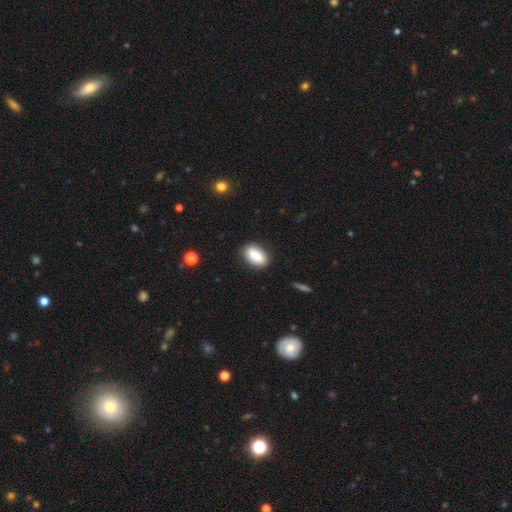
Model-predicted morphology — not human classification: Smooth or featured? smooth (80%)
How rounded? in between (88%)
Merging? none (86%)